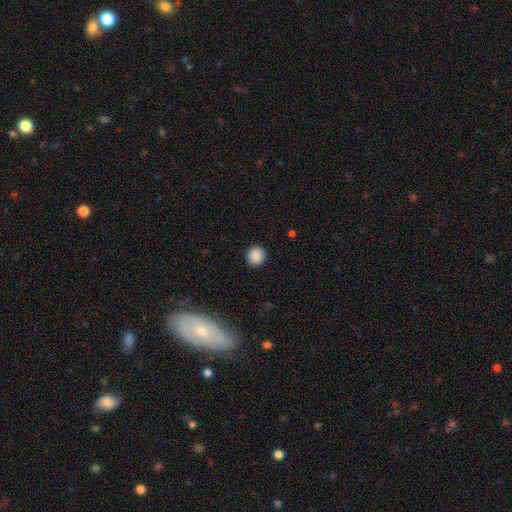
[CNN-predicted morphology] The model was most divided on "smooth or featured": smooth: 88%, star or artifact: 9%, featured or disk: 3%. More confident: how rounded — round (92%); merging — none (92%).